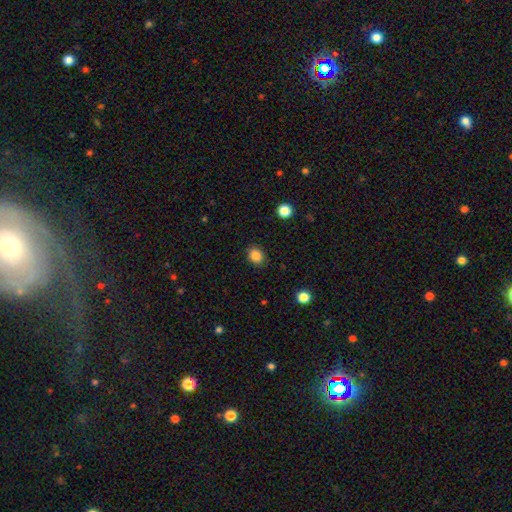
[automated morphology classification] Smooth or featured? Predicted: smooth (p=0.85). How rounded? Predicted: round (p=0.58). Merging? Predicted: none (p=0.89).